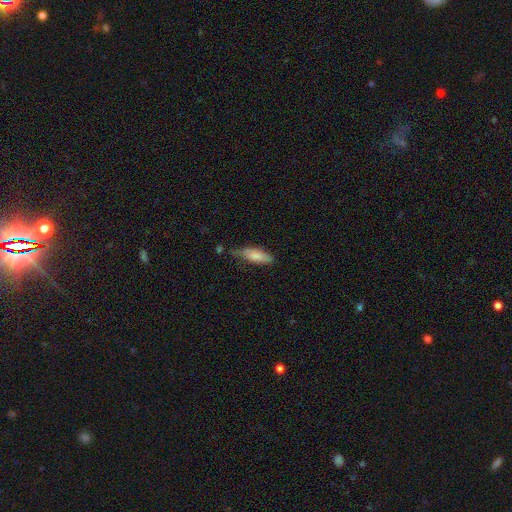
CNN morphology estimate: smooth_or_featured: smooth (p=0.79) [alt: featured or disk p=0.15]
how_rounded: in between (p=0.53) [alt: cigar-shaped p=0.46]
merging: none (p=0.53) [alt: minor disturbance p=0.34]